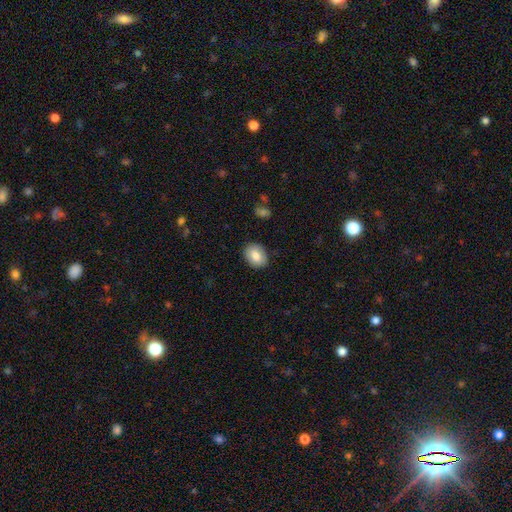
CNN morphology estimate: smooth 82%, featured or disk 11%, star or artifact 7%. Down the decision tree: how rounded — in between (71%); merging — none (87%).